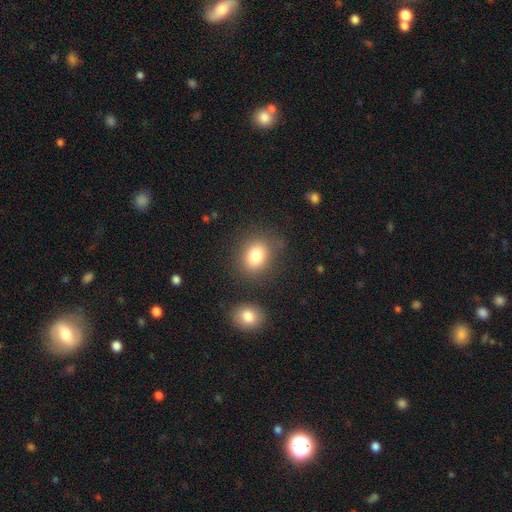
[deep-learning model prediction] smooth-or-featured: smooth: 81% | star or artifact: 10% | featured or disk: 9%
  how-rounded: round: 55% | in between: 44% | cigar-shaped: 1%
  merging: none: 75% | minor disturbance: 13% | merger: 7% | major disturbance: 5%